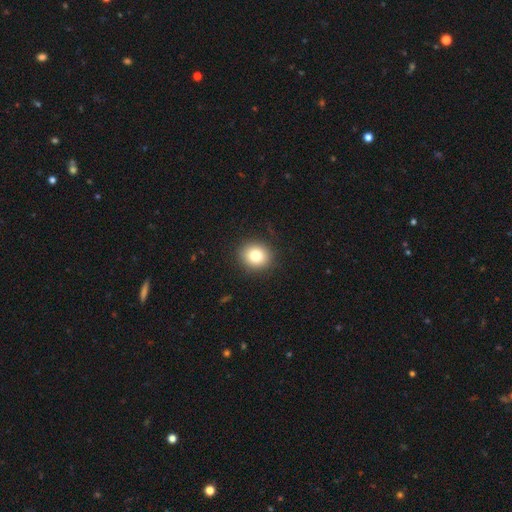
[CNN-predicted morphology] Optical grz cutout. It shows a smooth galaxy with no disk features (80%) that is round (80%). Merging: none (90%).